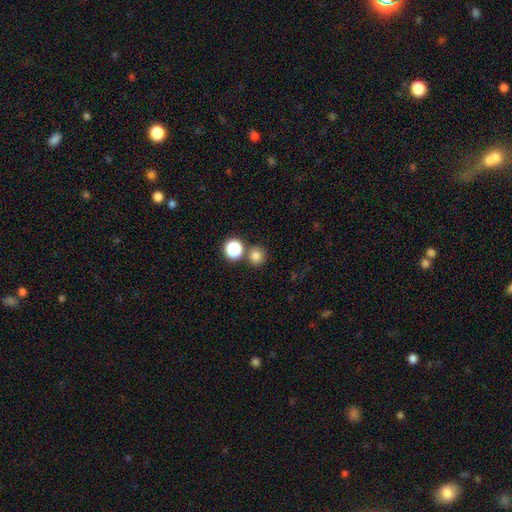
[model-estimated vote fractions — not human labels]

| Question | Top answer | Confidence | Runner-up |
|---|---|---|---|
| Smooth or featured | smooth | 78% | star or artifact (16%) |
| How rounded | round | 90% | in between (9%) |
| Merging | none | 72% | merger (18%) |